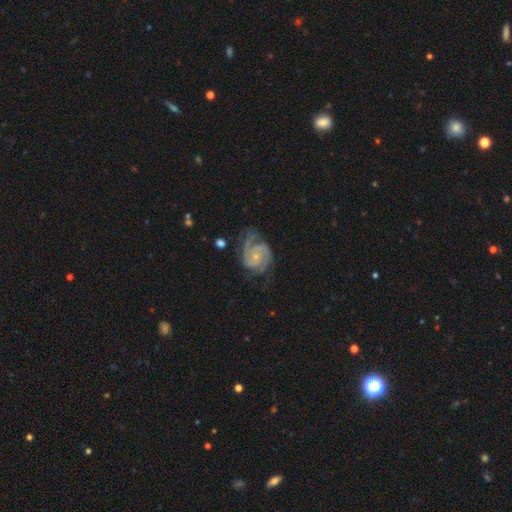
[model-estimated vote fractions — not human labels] smooth_or_featured: featured or disk (p=0.88) [alt: smooth p=0.07]
disk_edge_on: no (p=0.98) [alt: yes p=0.02]
bar: no (p=0.71) [alt: weak p=0.24]
has_spiral_arms: yes (p=0.97) [alt: no p=0.03]
spiral_winding: tight (p=0.47) [alt: medium p=0.42]
spiral_arm_count: 2 (p=0.60) [alt: 3 p=0.20]
bulge_size: small (p=0.73) [alt: moderate p=0.22]
merging: none (p=0.61) [alt: minor disturbance p=0.22]